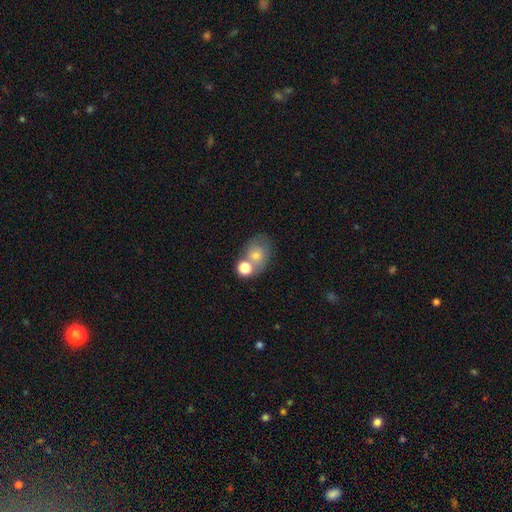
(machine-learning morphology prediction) Smooth or featured? smooth (64%)
How rounded? in between (50%)
Merging? none (49%)